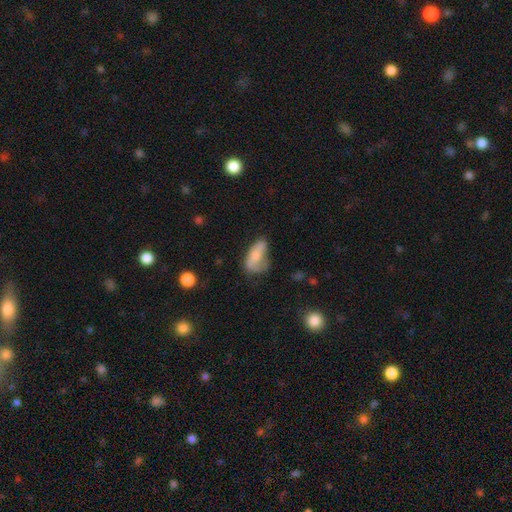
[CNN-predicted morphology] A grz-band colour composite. It shows a smooth galaxy with no disk features (72%) that is in between round and cigar-shaped (79%). Merging: none (37%).